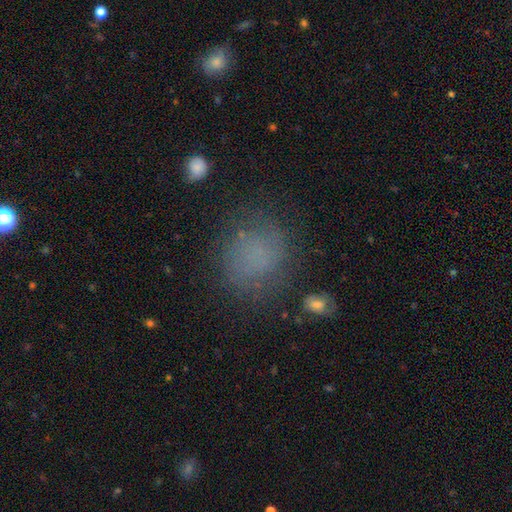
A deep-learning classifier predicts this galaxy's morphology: smooth_or_featured: smooth (p=0.67) [alt: star or artifact p=0.18]
how_rounded: round (p=0.73) [alt: in between p=0.26]
merging: none (p=0.73) [alt: minor disturbance p=0.16]